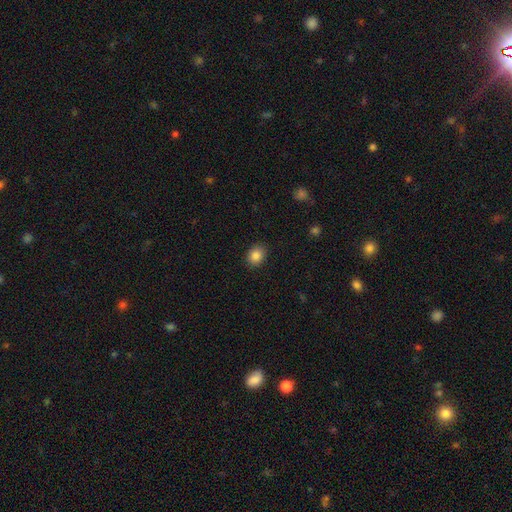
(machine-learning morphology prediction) smooth-or-featured: smooth: 86% | star or artifact: 10% | featured or disk: 5%
  how-rounded: in between: 50% | round: 49% | cigar-shaped: 1%
  merging: none: 87% | minor disturbance: 10% | major disturbance: 2% | merger: 1%